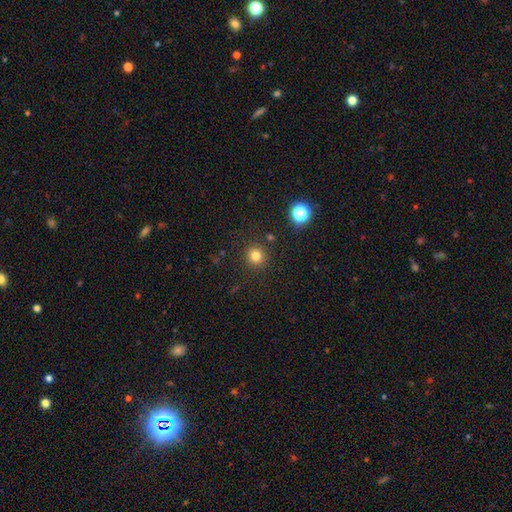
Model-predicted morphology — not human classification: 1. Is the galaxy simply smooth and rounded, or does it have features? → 79% smooth, 15% star or artifact, 6% featured or disk.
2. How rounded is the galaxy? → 94% round, 5% in between, 1% cigar-shaped.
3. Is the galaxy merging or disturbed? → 89% none, 6% minor disturbance, 3% merger, 2% major disturbance.